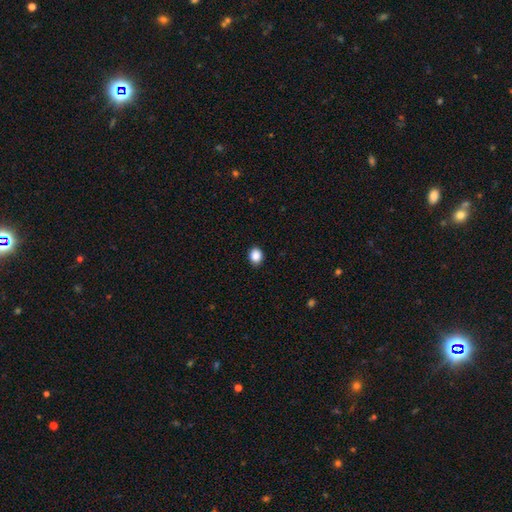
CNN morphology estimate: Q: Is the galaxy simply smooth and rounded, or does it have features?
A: smooth — 88%.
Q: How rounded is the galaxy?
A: round — 51%.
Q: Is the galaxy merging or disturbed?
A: none — 88%.